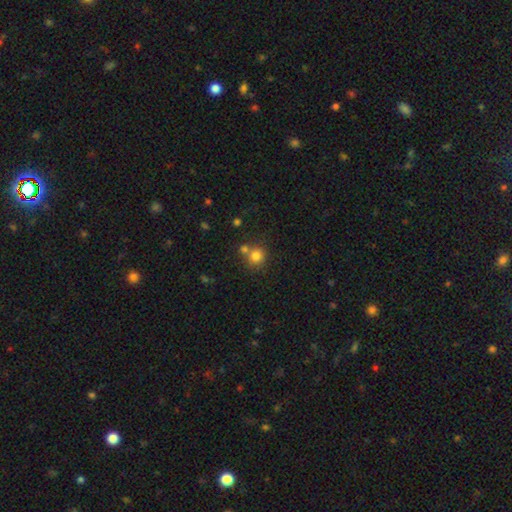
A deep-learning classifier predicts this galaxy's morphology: This is likely a smooth galaxy (80%). How rounded: clearly round (89%). Merging: likely none (61%).